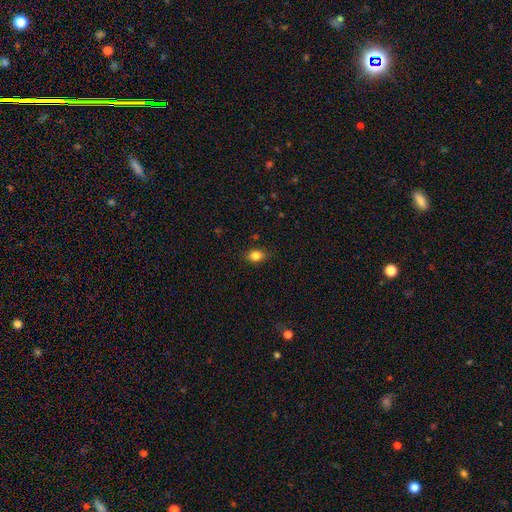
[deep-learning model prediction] This is clearly a smooth galaxy (83%). How rounded: likely in between (61%). Merging: clearly none (82%).